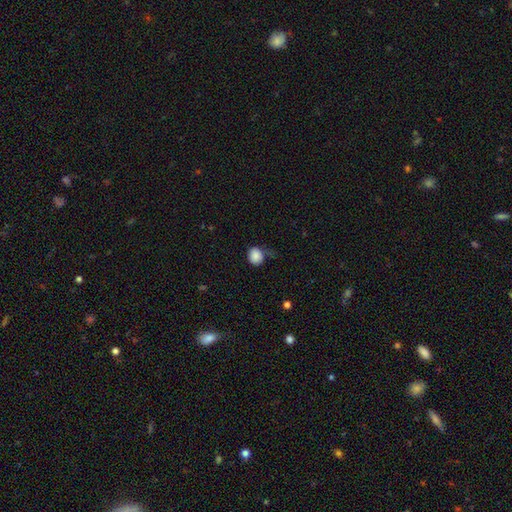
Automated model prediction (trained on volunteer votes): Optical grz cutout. It shows a smooth galaxy with no disk features (86%) that is round (70%). Merging: none (59%).